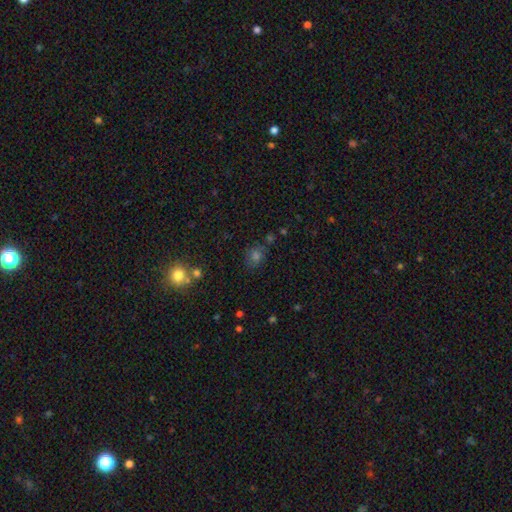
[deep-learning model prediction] This appears to be a smooth galaxy with no disk features (60%) that is round (61%). Merging: none (74%).